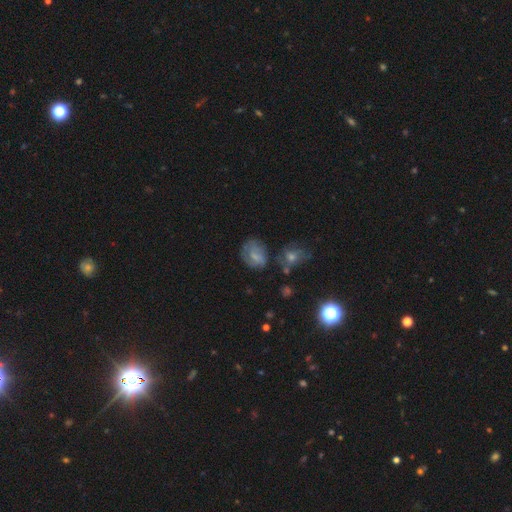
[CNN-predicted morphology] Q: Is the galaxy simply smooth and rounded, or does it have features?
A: smooth — 56%.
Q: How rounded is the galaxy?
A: in between — 54%.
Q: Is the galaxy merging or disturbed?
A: none — 58%.